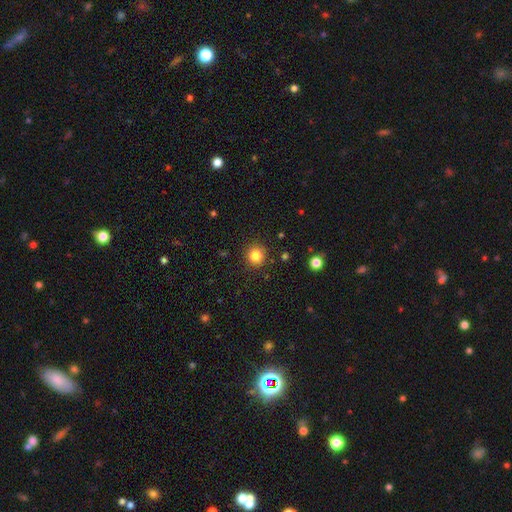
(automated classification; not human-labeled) Smooth or featured: smooth — 83% (star or artifact — 12%)
How rounded: round — 91% (in between — 8%)
Merging: none — 89% (minor disturbance — 7%)